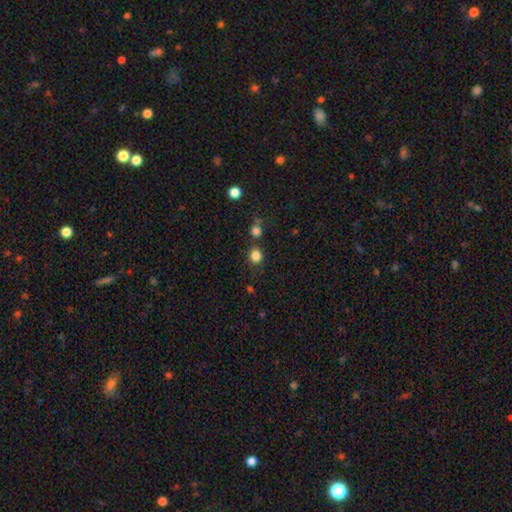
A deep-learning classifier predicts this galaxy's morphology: smooth_or_featured: smooth (p=0.83) [alt: star or artifact p=0.13]
how_rounded: round (p=0.80) [alt: in between p=0.19]
merging: none (p=0.77) [alt: minor disturbance p=0.10]